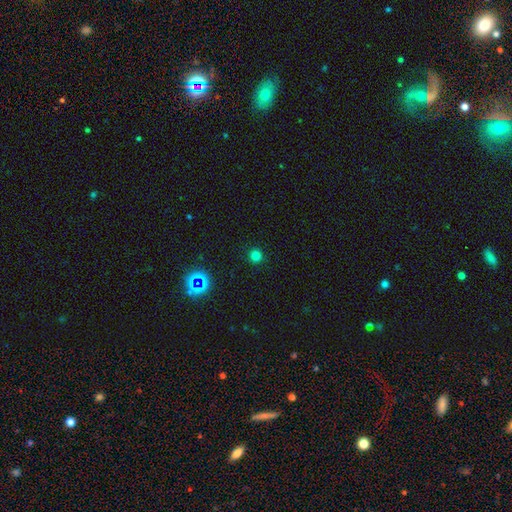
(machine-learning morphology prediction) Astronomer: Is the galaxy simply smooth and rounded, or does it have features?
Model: smooth — 74%.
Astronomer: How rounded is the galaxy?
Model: round — 94%.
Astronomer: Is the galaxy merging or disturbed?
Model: none — 91%.